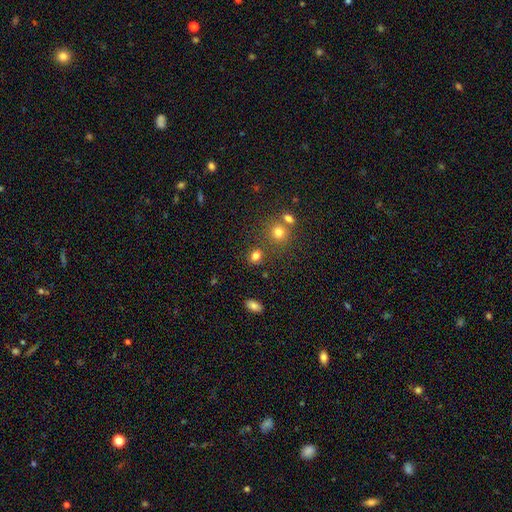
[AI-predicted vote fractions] Morphology: type=smooth (76%); roundness=round (59%); merging=none (69%).